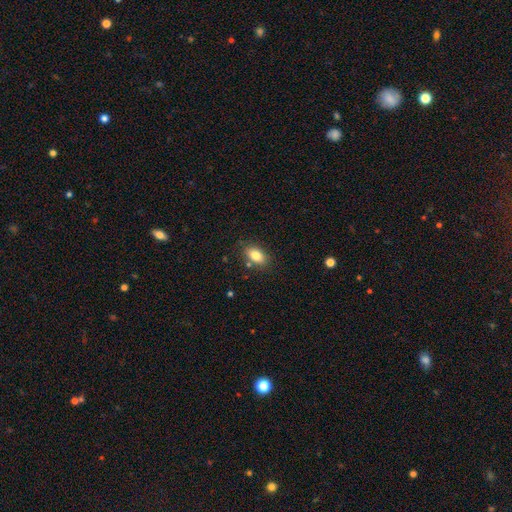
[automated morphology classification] Smooth or featured? smooth (83%)
How rounded? in between (89%)
Merging? none (81%)